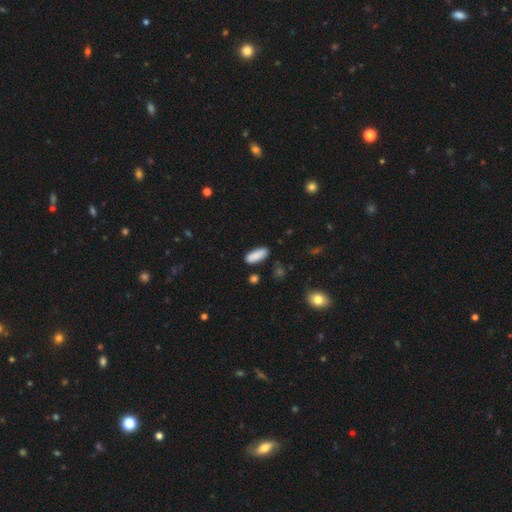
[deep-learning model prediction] smooth_or_featured: smooth (p=0.88) [alt: star or artifact p=0.07]
how_rounded: in between (p=0.74) [alt: cigar-shaped p=0.24]
merging: none (p=0.82) [alt: minor disturbance p=0.13]